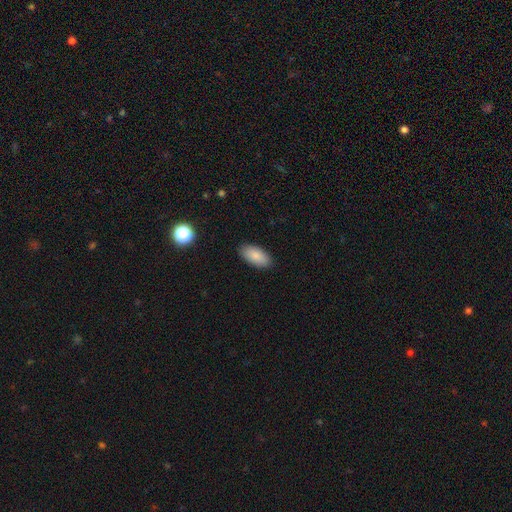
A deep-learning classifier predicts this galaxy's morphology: smooth 87%, star or artifact 7%, featured or disk 7%. Down the decision tree: how rounded — in between (93%); merging — none (88%).